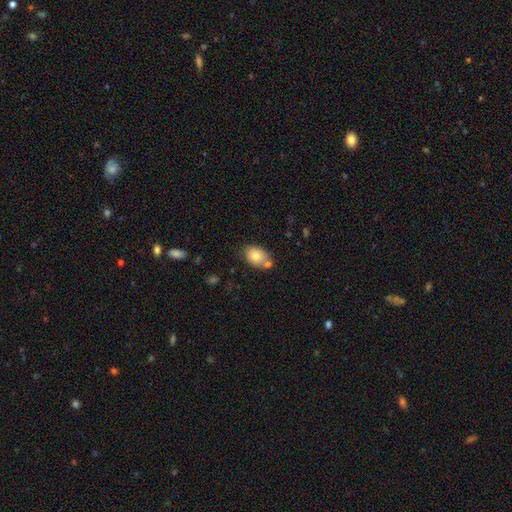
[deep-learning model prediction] Smooth or featured?
  - smooth: 78% *
  - featured or disk: 14%
  - star or artifact: 8%
How rounded?
  - in between: 74% *
  - round: 25%
  - cigar-shaped: 1%
Merging?
  - none: 60% *
  - merger: 21%
  - minor disturbance: 15%
  - major disturbance: 4%